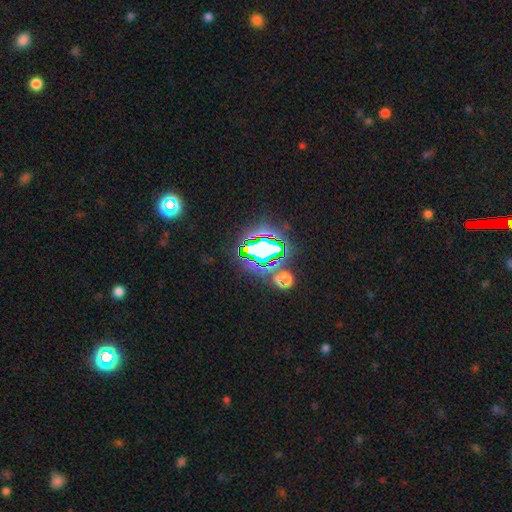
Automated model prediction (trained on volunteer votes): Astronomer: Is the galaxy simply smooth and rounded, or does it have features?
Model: star or artifact — 80%.